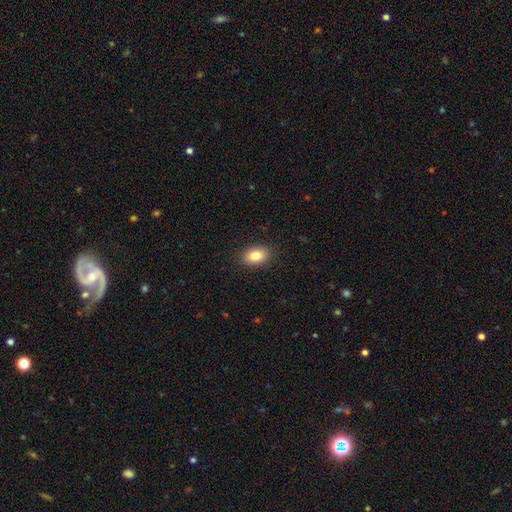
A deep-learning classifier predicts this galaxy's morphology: A smooth galaxy with no disk features (83%) that is in between round and cigar-shaped (82%).

Vote fractions:
- Smooth or featured? smooth: 83% / star or artifact: 9% / featured or disk: 8%
- How rounded? in between: 82% / round: 16% / cigar-shaped: 1%
- Merging? none: 89% / minor disturbance: 8% / major disturbance: 2% / merger: 1%